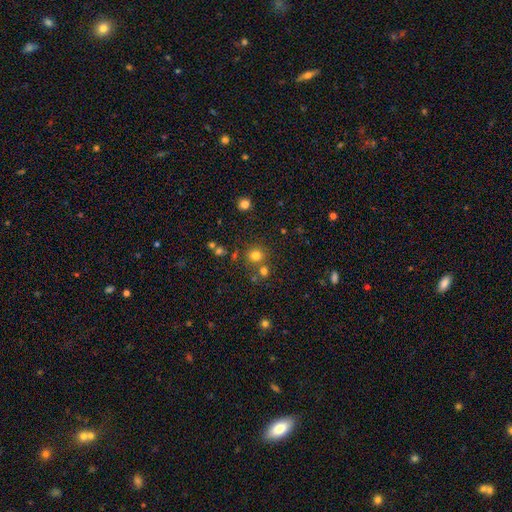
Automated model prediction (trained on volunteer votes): This appears to be a smooth galaxy with no disk features (76%) that is round (90%). Merging: none (74%).